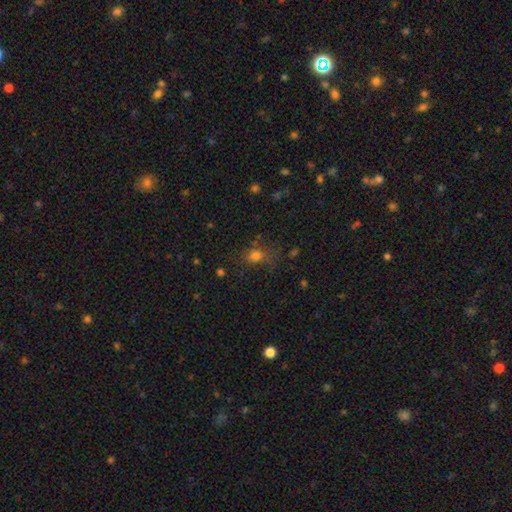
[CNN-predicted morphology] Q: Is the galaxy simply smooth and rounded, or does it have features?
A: smooth — 72%.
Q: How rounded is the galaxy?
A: round — 59%.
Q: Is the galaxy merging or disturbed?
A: none — 63%.